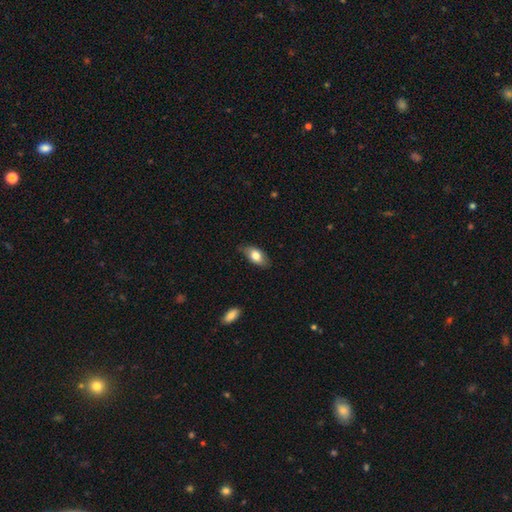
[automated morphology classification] type=smooth (76%); roundness=in between (90%); merging=none (76%).